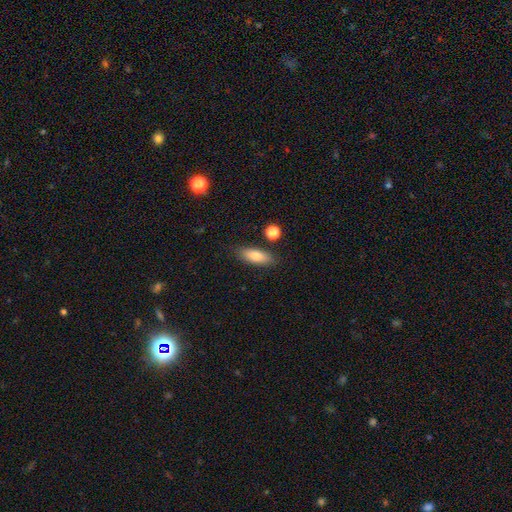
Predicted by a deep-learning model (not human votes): A smooth galaxy with no disk features (78%) that is in between round and cigar-shaped (65%). Merging: none (83%).